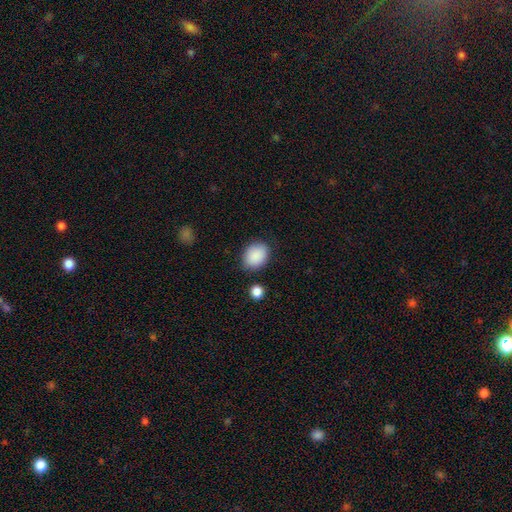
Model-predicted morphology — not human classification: Smooth or featured?
  - smooth: 89% *
  - star or artifact: 7%
  - featured or disk: 4%
How rounded?
  - in between: 63% *
  - round: 36%
  - cigar-shaped: 1%
Merging?
  - none: 80% *
  - minor disturbance: 13%
  - major disturbance: 4%
  - merger: 3%